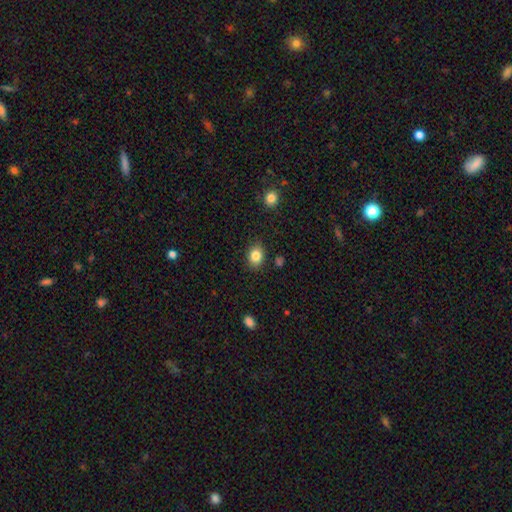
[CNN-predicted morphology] Overall: smooth (84%). How rounded: in between (59%; round 40%). Merging: none (85%).